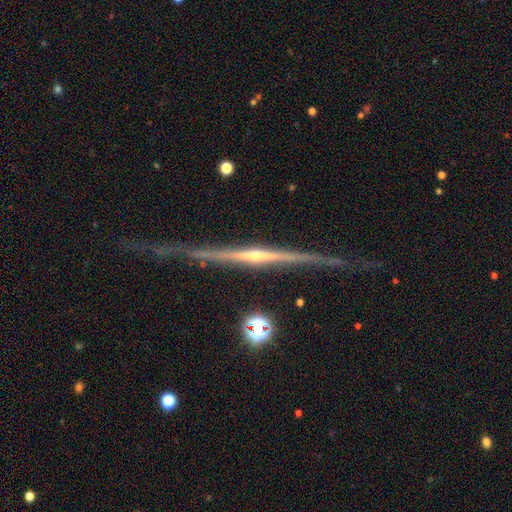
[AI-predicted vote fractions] The model was most divided on "edge-on bulge": rounded: 64%, none: 30%, boxy: 7%. More confident: edge-on disk — yes (98%); smooth or featured — featured or disk (88%); merging — none (78%).